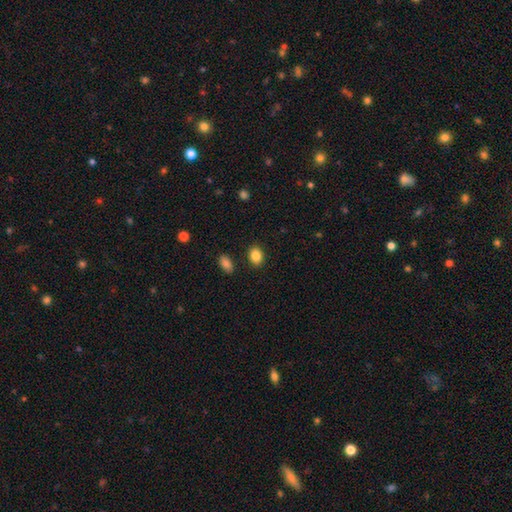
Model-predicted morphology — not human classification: type=smooth (86%); roundness=in between (69%); merging=none (87%).